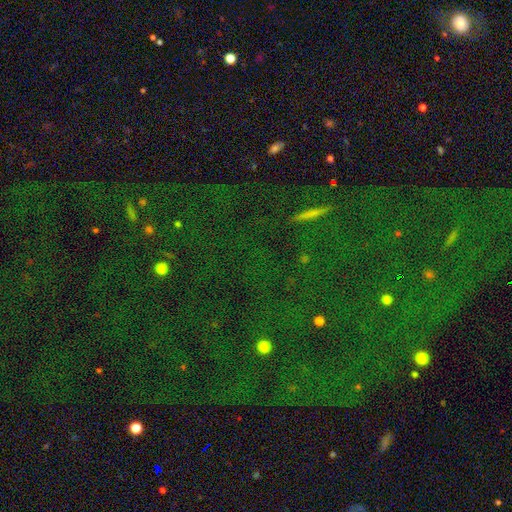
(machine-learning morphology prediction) The model was most divided on "smooth or featured": star or artifact: 82%, smooth: 10%, featured or disk: 8%.